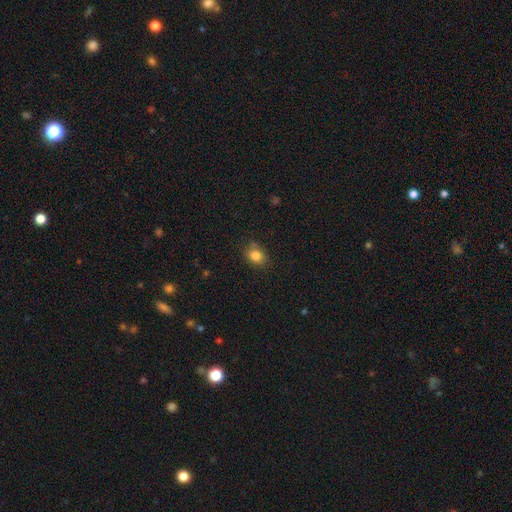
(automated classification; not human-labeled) Smooth or featured: smooth — 82% (star or artifact — 11%)
How rounded: in between — 51% (round — 48%)
Merging: none — 76% (minor disturbance — 17%)